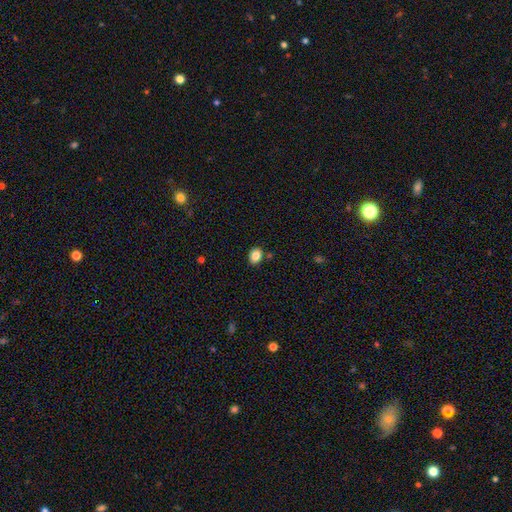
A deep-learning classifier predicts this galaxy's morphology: Smooth or featured: smooth — 85% (star or artifact — 9%)
How rounded: in between — 61% (round — 38%)
Merging: none — 83% (minor disturbance — 10%)